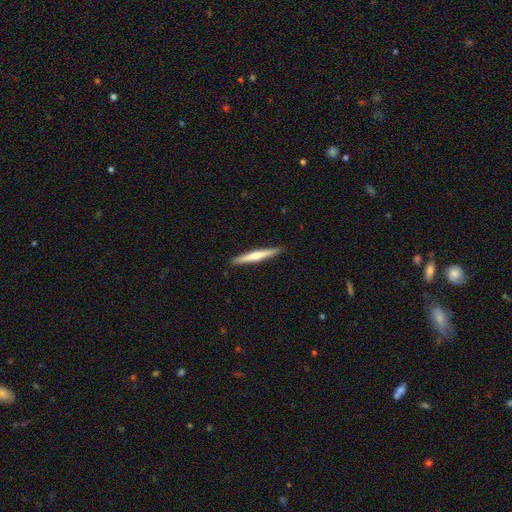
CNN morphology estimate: featured or disk 48%, smooth 47%, star or artifact 5%. Down the decision tree: merging — none (92%).